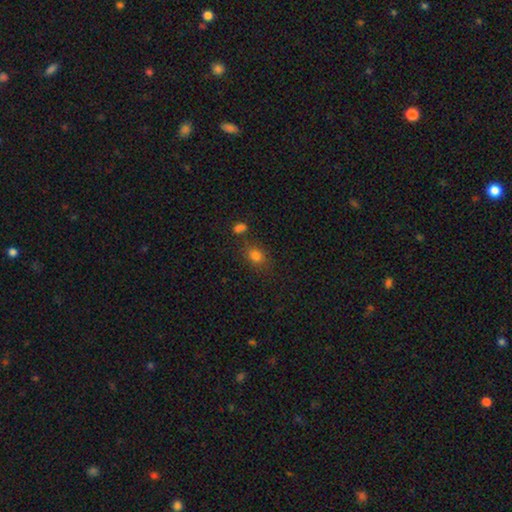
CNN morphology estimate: smooth 79%, star or artifact 14%, featured or disk 7%. Down the decision tree: how rounded — in between (58%); merging — none (72%).